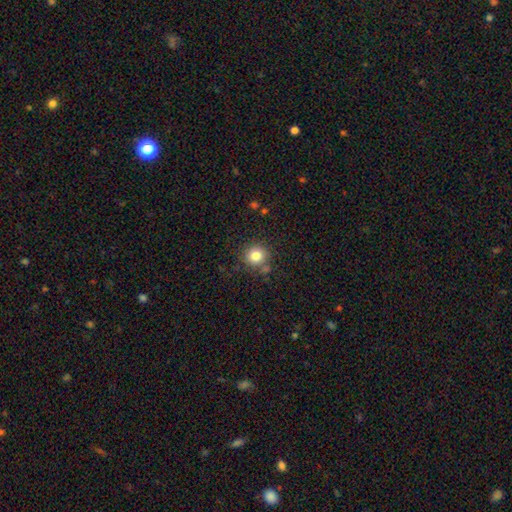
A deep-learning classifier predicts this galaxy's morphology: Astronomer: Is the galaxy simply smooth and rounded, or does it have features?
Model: smooth — 82%.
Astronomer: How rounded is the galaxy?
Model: round — 91%.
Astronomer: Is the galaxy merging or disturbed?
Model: none — 80%.